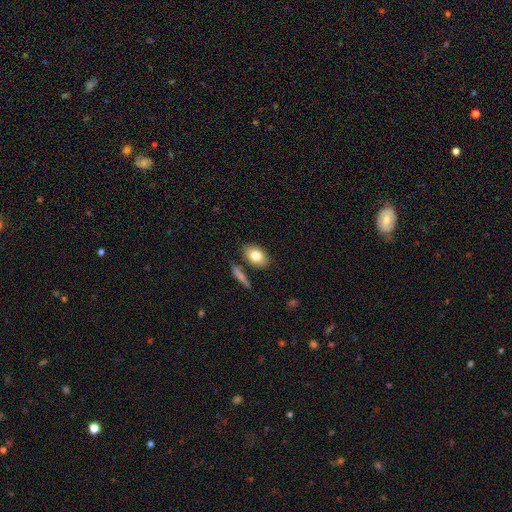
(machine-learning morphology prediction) type=smooth (78%); roundness=in between (85%); merging=none (78%).